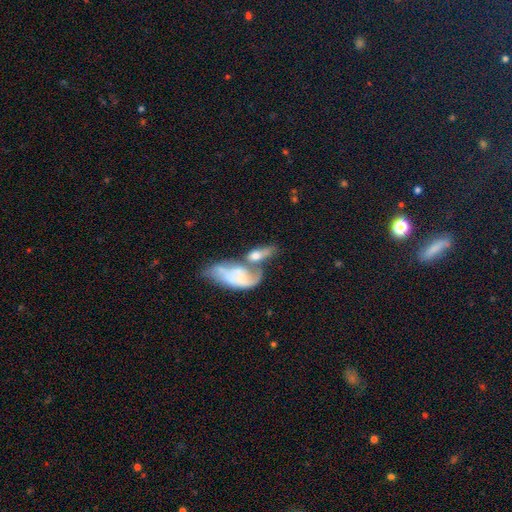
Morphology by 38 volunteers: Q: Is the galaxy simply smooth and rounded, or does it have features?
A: smooth — 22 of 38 (58%).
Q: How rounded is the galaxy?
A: in between — 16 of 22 (73%).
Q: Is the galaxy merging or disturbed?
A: merger — 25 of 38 (66%).